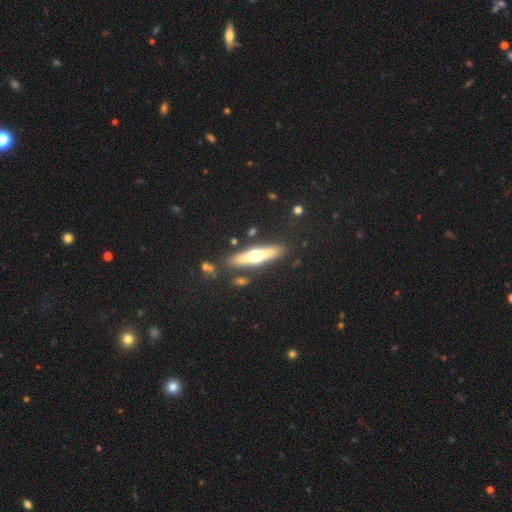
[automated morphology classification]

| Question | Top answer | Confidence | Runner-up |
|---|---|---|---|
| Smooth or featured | featured or disk | 55% | smooth (39%) |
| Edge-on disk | yes | 91% | no (9%) |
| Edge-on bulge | rounded | 94% | none (4%) |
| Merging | none | 83% | minor disturbance (10%) |